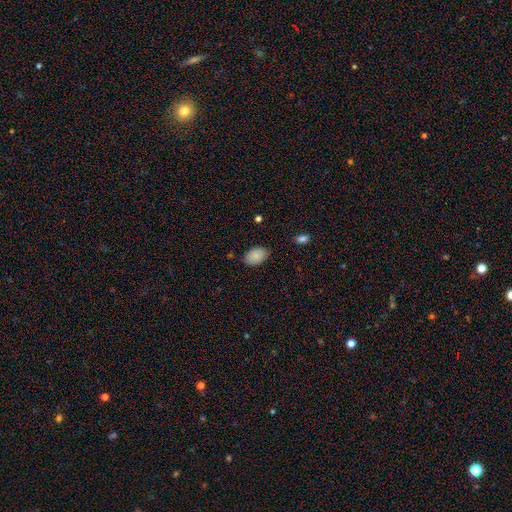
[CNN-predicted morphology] Smooth or featured? smooth (87%)
How rounded? in between (89%)
Merging? none (82%)